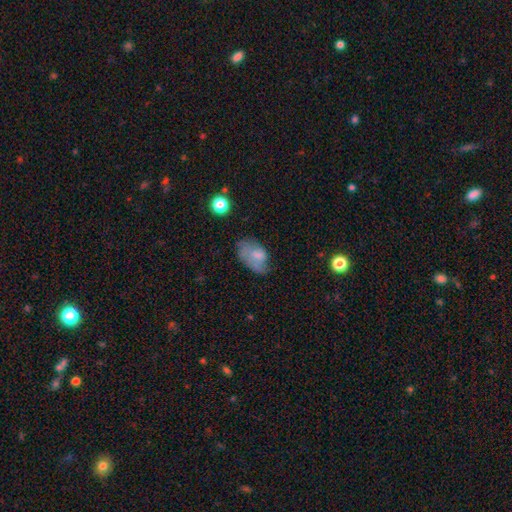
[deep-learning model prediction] Smooth or featured? smooth (61%)
How rounded? in between (89%)
Merging? none (42%)